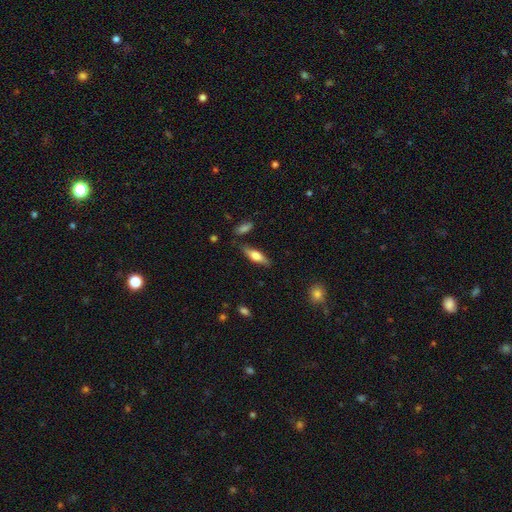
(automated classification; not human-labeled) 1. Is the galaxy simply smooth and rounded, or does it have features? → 54% smooth, 40% featured or disk, 6% star or artifact.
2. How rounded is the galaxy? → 50% cigar-shaped, 47% in between, 3% round.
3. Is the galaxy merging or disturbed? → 80% none, 14% minor disturbance, 3% merger, 3% major disturbance.